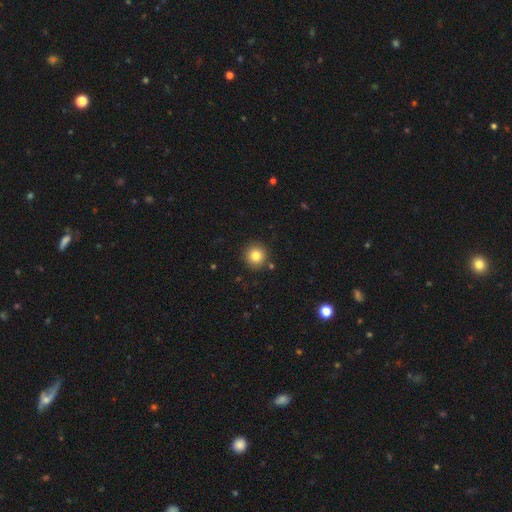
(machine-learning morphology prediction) Smooth or featured? smooth (82%)
How rounded? round (95%)
Merging? none (88%)